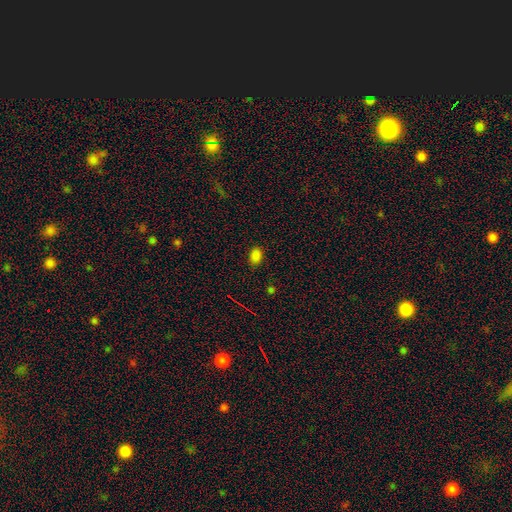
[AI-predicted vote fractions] Smooth or featured?
  - smooth: 81% *
  - star or artifact: 15%
  - featured or disk: 4%
How rounded?
  - in between: 81% *
  - round: 18%
  - cigar-shaped: 1%
Merging?
  - none: 86% *
  - minor disturbance: 10%
  - major disturbance: 3%
  - merger: 1%